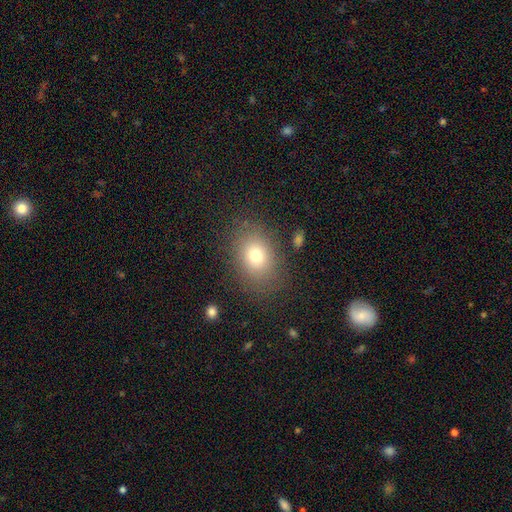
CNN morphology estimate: A smooth galaxy with no disk features (75%) that is in between round and cigar-shaped (62%).

Vote fractions:
- Smooth or featured? smooth: 75% / star or artifact: 13% / featured or disk: 12%
- How rounded? in between: 62% / round: 37% / cigar-shaped: 1%
- Merging? none: 82% / minor disturbance: 11% / major disturbance: 5% / merger: 2%